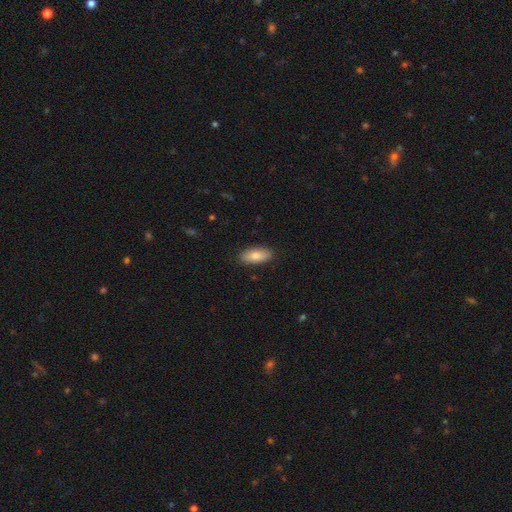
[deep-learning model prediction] Smooth or featured? smooth (81%)
How rounded? in between (79%)
Merging? none (88%)